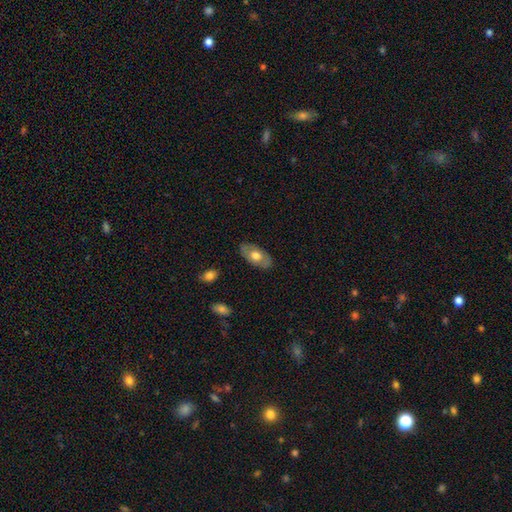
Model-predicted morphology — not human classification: Smooth or featured? smooth (59%)
How rounded? in between (93%)
Merging? none (83%)